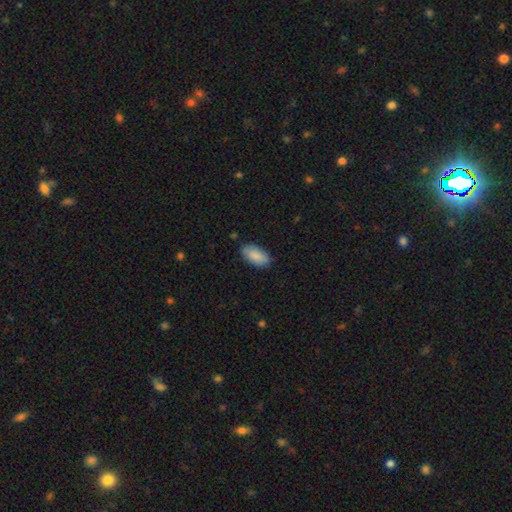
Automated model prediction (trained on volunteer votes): The model was most divided on "merging": none: 83%, minor disturbance: 13%, major disturbance: 2%, merger: 1%. More confident: how rounded — in between (92%); smooth or featured — smooth (88%).